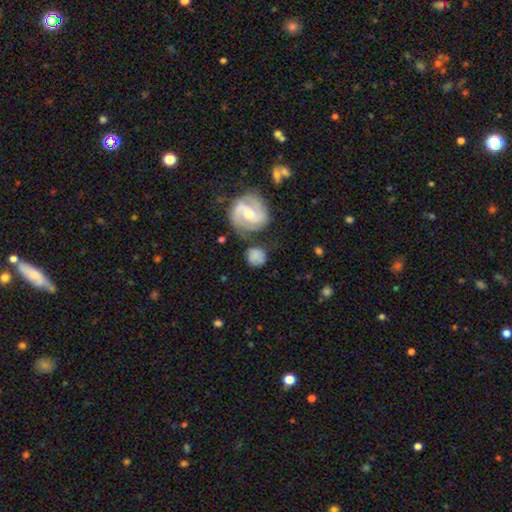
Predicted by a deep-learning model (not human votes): A smooth galaxy with no disk features (49%).

Vote fractions:
- Smooth or featured? smooth: 49% / featured or disk: 43% / star or artifact: 8%
- Merging? none: 61% / minor disturbance: 18% / merger: 12% / major disturbance: 9%